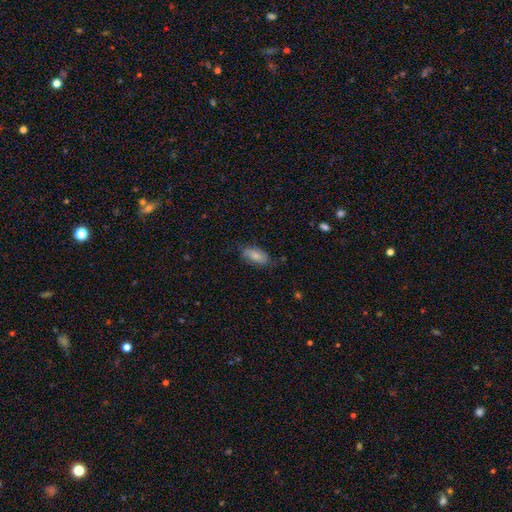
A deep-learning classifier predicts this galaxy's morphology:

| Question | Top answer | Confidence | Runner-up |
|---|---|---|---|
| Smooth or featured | smooth | 78% | featured or disk (16%) |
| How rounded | in between | 90% | cigar-shaped (8%) |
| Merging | none | 72% | minor disturbance (22%) |